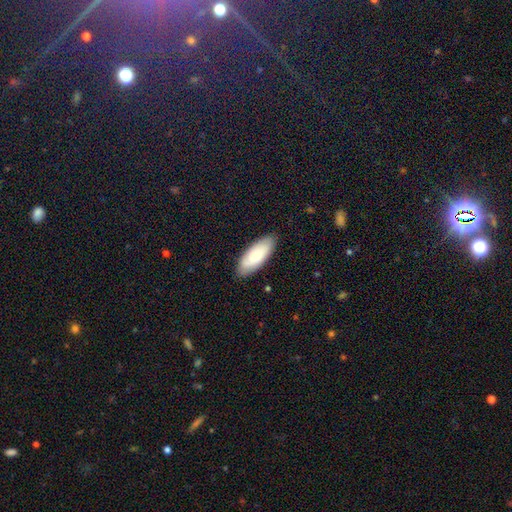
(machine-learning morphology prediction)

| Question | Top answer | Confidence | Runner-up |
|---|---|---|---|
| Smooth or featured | smooth | 77% | featured or disk (17%) |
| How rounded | in between | 80% | cigar-shaped (19%) |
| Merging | none | 86% | minor disturbance (11%) |